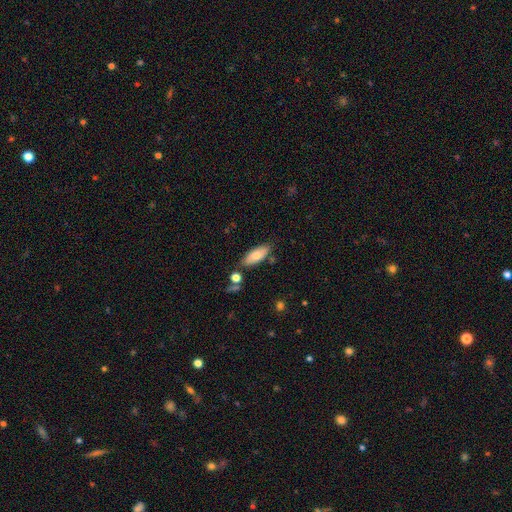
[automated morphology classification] The model was most divided on "smooth or featured": smooth: 77%, featured or disk: 17%, star or artifact: 7%. More confident: how rounded — in between (80%); merging — none (77%).